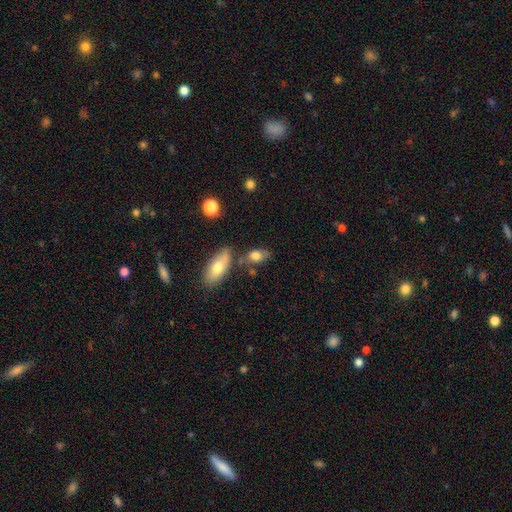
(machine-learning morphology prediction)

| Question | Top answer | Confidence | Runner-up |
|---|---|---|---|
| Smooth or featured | smooth | 76% | featured or disk (16%) |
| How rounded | in between | 84% | round (10%) |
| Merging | none | 61% | minor disturbance (18%) |